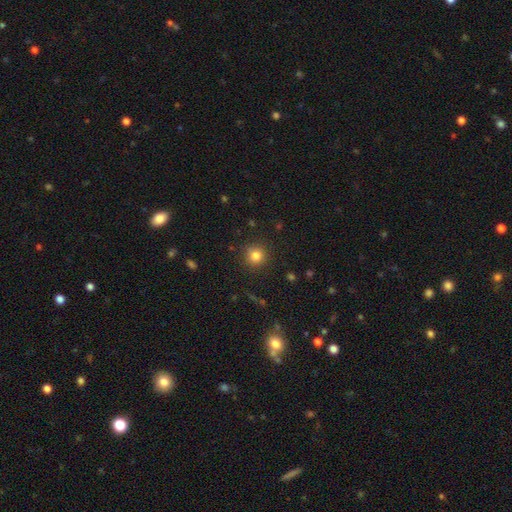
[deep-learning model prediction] A smooth galaxy with no disk features (82%) that is round (93%). Merging: none (89%).